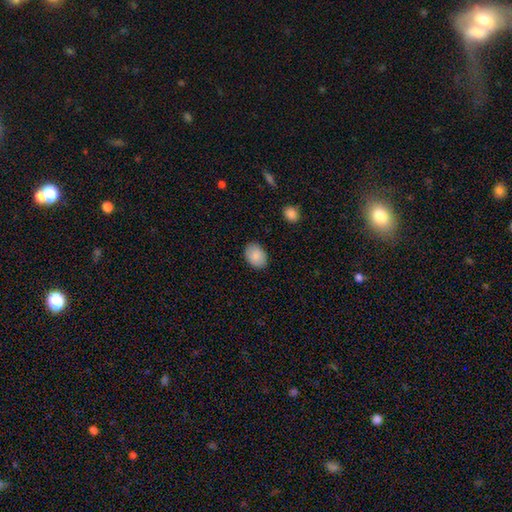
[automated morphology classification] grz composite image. It shows a smooth galaxy with no disk features (88%) that is in between round and cigar-shaped (76%). Merging: none (87%).